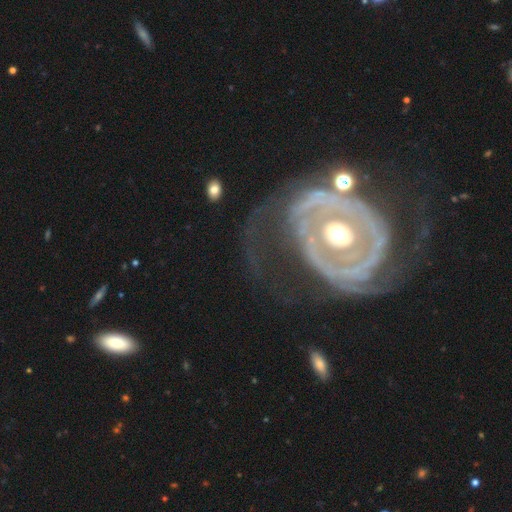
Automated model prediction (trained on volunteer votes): smooth-or-featured: featured or disk: 85% | smooth: 9% | star or artifact: 5%
  disk-edge-on: no: 95% | yes: 5%
    bar: no: 49% | weak: 26% | strong: 25%
    has-spiral-arms: yes: 66% | no: 34%
      spiral-winding: tight: 51% | medium: 31% | loose: 18%
      spiral-arm-count: 2: 53% | can't tell: 22% | 1: 9% | 3: 7% | 4: 4% | more than 4: 4%
    bulge-size: moderate: 72% | small: 18% | large: 8% | dominant: 2% | none: 1%
  merging: none: 53% | major disturbance: 24% | minor disturbance: 19% | merger: 4%